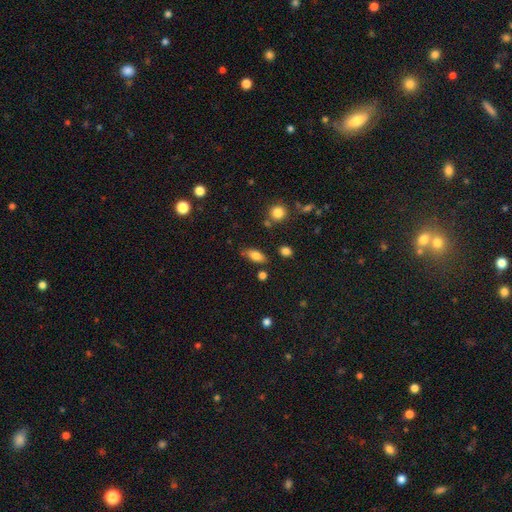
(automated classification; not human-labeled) A smooth galaxy with no disk features (79%) that is in between round and cigar-shaped (85%). Merging: none (76%).